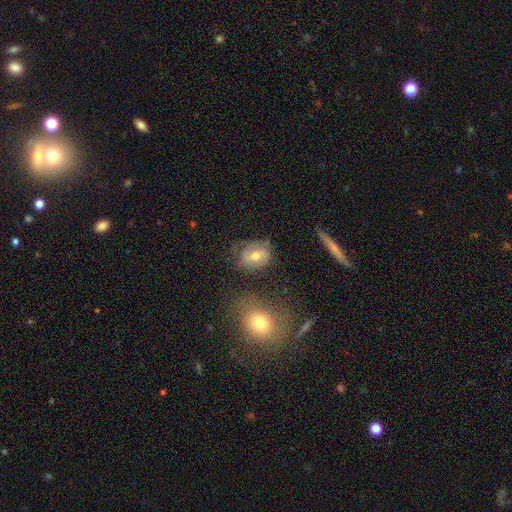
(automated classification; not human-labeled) Smooth or featured? Predicted: featured or disk (p=0.49). Merging? Predicted: none (p=0.62).